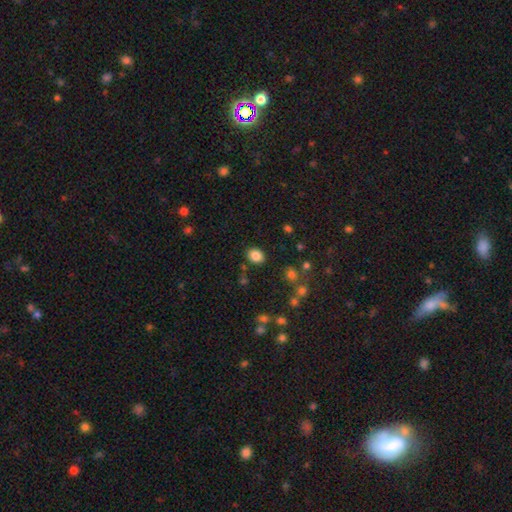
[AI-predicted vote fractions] This appears to be a smooth galaxy with no disk features (85%) that is in between round and cigar-shaped (61%). Merging: none (85%).